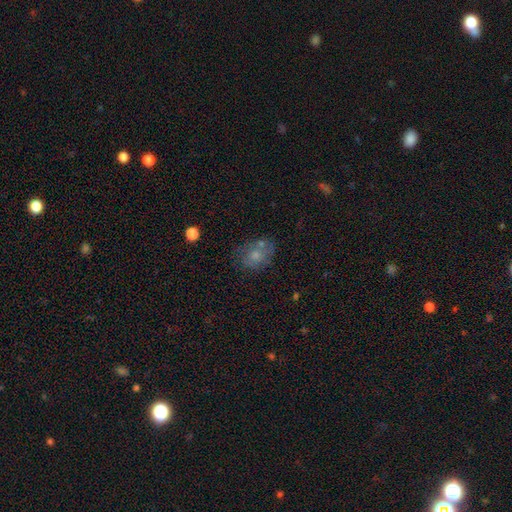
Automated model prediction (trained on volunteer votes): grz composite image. It shows a smooth galaxy with no disk features (62%) that is in between round and cigar-shaped (65%). Merging: none (54%).